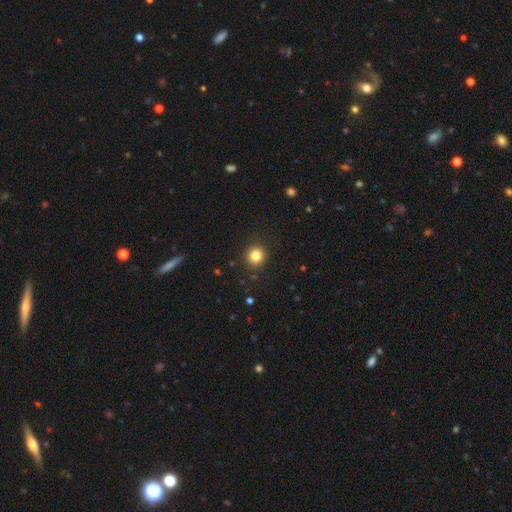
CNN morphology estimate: Smooth or featured? Predicted: smooth (p=0.83). How rounded? Predicted: round (p=0.89). Merging? Predicted: none (p=0.91).